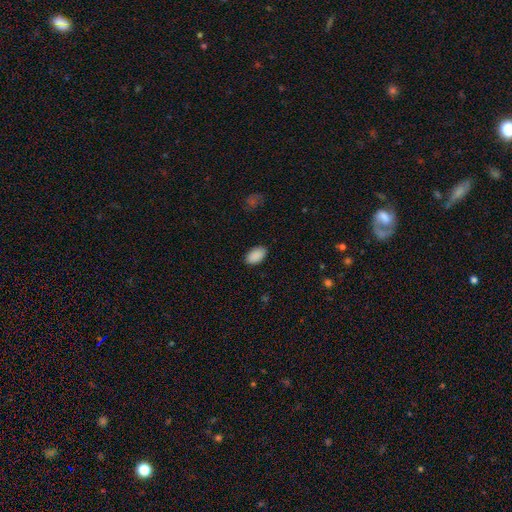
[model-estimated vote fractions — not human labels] smooth_or_featured: smooth (p=0.91) [alt: star or artifact p=0.07]
how_rounded: in between (p=0.94) [alt: round p=0.05]
merging: none (p=0.88) [alt: minor disturbance p=0.09]